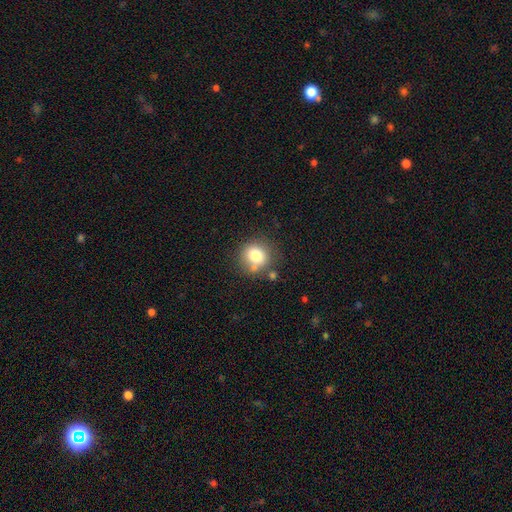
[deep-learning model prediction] Q: Smooth or featured?
A: smooth (78%); runner-up: featured or disk (11%)
Q: How rounded?
A: round (82%); runner-up: in between (17%)
Q: Merging?
A: none (68%); runner-up: minor disturbance (15%)